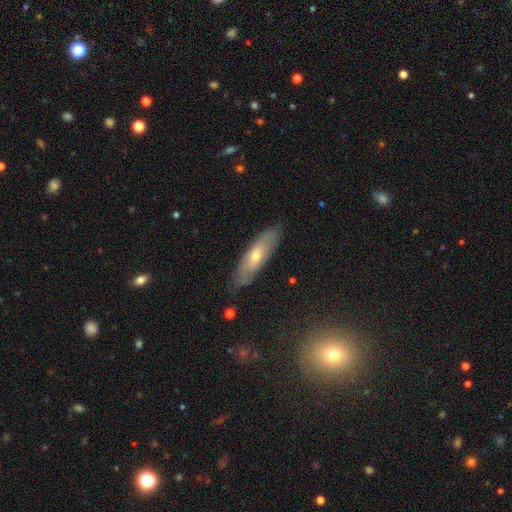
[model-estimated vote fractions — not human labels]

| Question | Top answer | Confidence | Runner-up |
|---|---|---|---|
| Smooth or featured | featured or disk | 47% | smooth (46%) |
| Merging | none | 80% | minor disturbance (16%) |